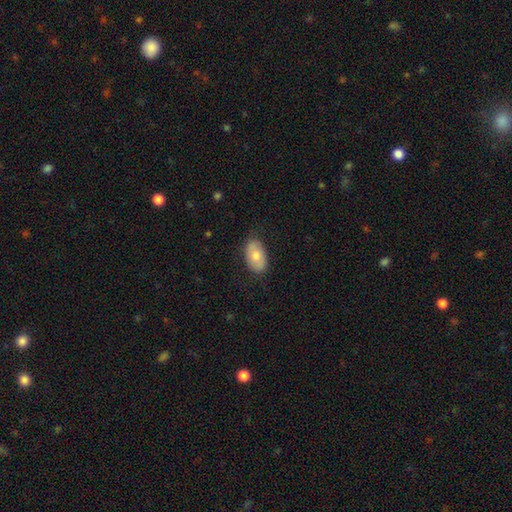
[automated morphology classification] A smooth galaxy with no disk features (73%) that is in between round and cigar-shaped (93%). Merging: none (78%).